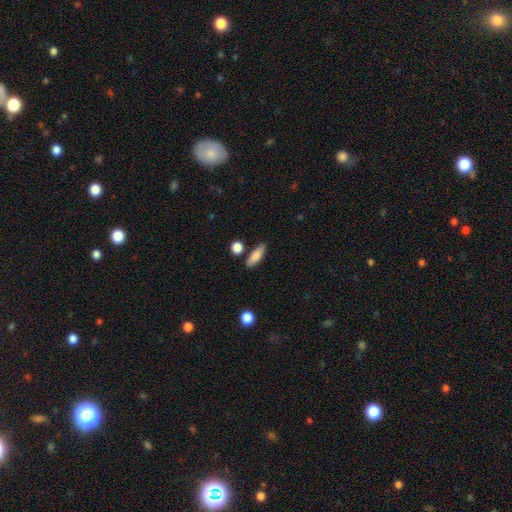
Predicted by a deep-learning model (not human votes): Q: Smooth or featured?
A: smooth (81%); runner-up: featured or disk (12%)
Q: How rounded?
A: in between (53%); runner-up: cigar-shaped (42%)
Q: Merging?
A: none (80%); runner-up: minor disturbance (11%)